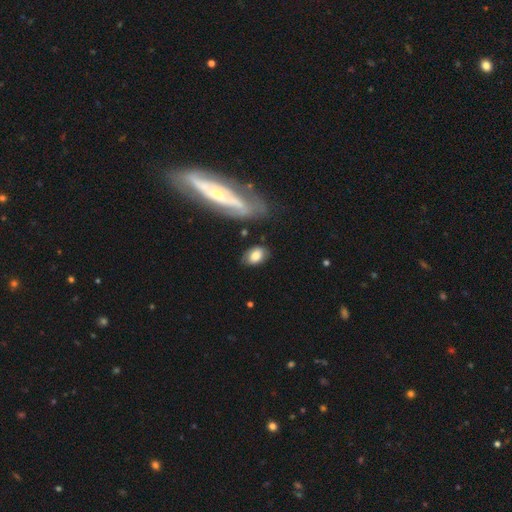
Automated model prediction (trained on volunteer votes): smooth 75%, featured or disk 18%, star or artifact 7%. Down the decision tree: how rounded — in between (85%); merging — none (72%).